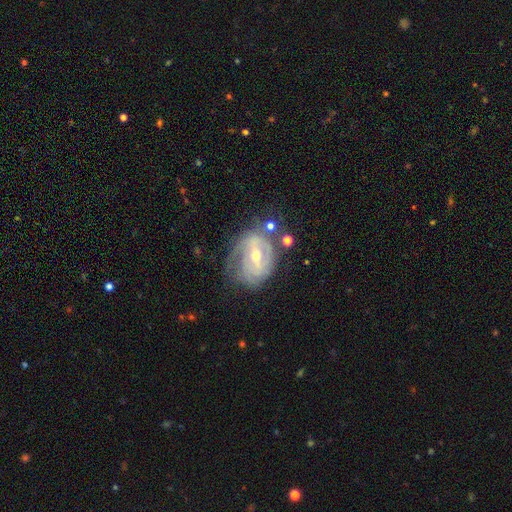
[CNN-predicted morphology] A featured or disk galaxy (83%) with a weak bar (42%), 2 (37%) tight (57%) spiral arms (87%) and a moderate central bulge (51%).

Vote fractions:
- Smooth or featured? featured or disk: 83% / smooth: 11% / star or artifact: 6%
- Edge-on disk? no: 96% / yes: 4%
- Bar? weak: 42% / strong: 41% / no: 17%
- Spiral arms? yes: 87% / no: 13%
- Spiral winding? tight: 57% / medium: 31% / loose: 12%
- Spiral arm count? 2: 37% / can't tell: 34% / 3: 15% / 1: 6% / 4: 5% / more than 4: 3%
- Bulge size? moderate: 51% / small: 46% / large: 2% / none: 1% / dominant: 1%
- Merging? none: 55% / minor disturbance: 24% / major disturbance: 15% / merger: 6%